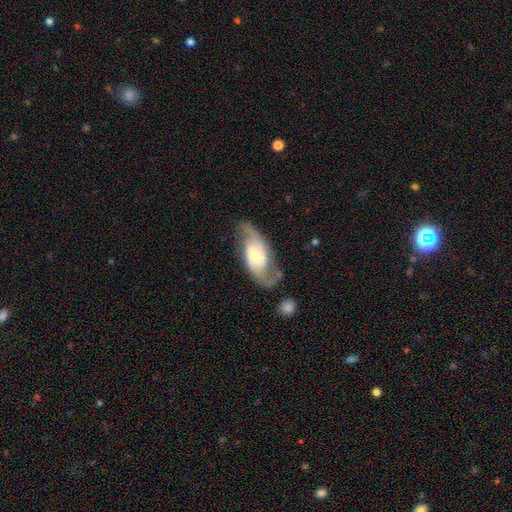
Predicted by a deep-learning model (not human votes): Smooth or featured? Predicted: featured or disk (p=0.83). Edge-on disk? Predicted: no (p=0.95). Bar? Predicted: weak (p=0.47). Spiral arms? Predicted: yes (p=0.95). Spiral winding? Predicted: medium (p=0.50). Spiral arm count? Predicted: 2 (p=0.89). Bulge size? Predicted: small (p=0.51). Merging? Predicted: none (p=0.69).